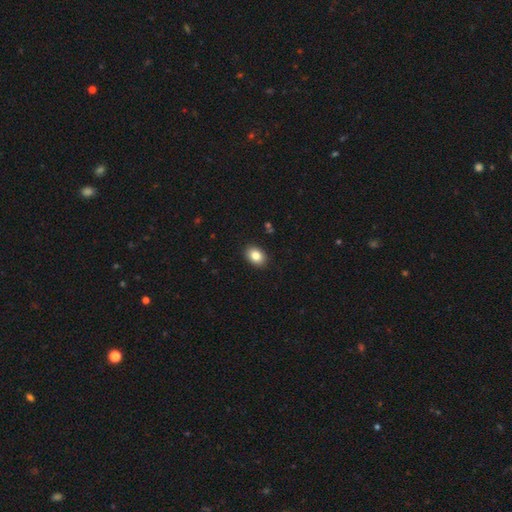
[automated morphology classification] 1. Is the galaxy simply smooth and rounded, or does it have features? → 84% smooth, 9% star or artifact, 7% featured or disk.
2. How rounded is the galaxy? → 74% in between, 25% round, 1% cigar-shaped.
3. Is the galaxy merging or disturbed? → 90% none, 7% minor disturbance, 2% major disturbance, 1% merger.